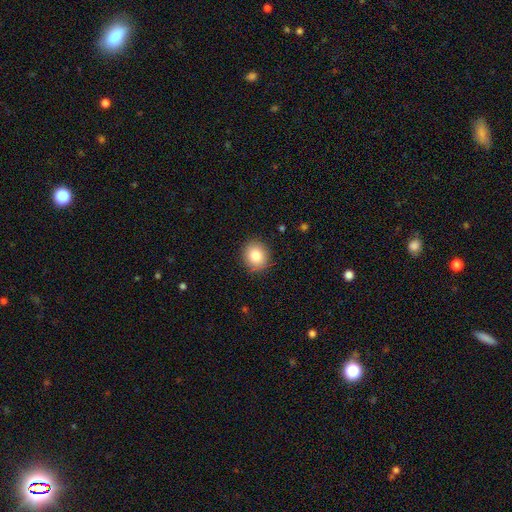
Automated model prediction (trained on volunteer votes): A smooth galaxy with no disk features (83%) that is round (80%). Merging: none (89%).